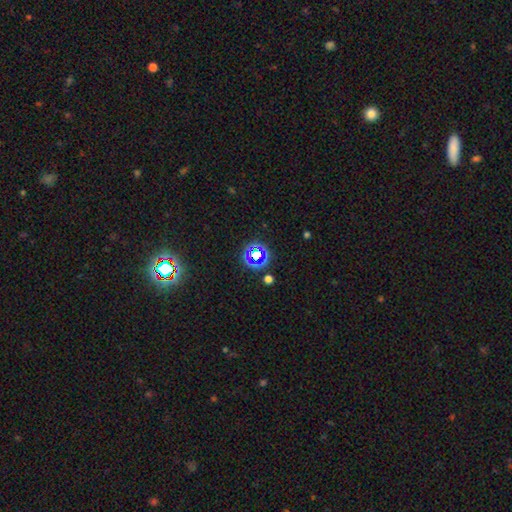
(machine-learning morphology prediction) smooth-or-featured: star or artifact: 60% | smooth: 29% | featured or disk: 11%